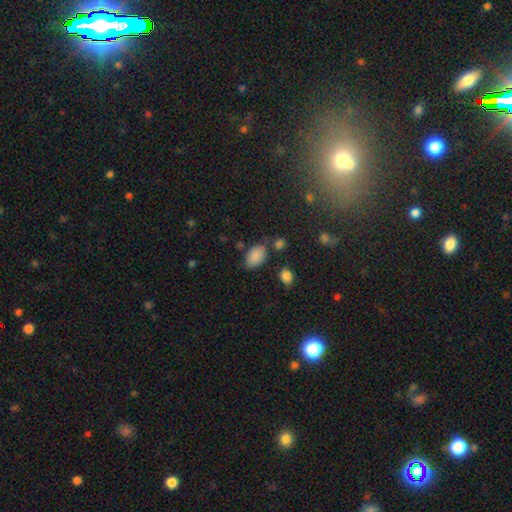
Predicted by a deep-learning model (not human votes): A smooth galaxy with no disk features (85%) that is in between round and cigar-shaped (90%).

Vote fractions:
- Smooth or featured? smooth: 85% / star or artifact: 9% / featured or disk: 6%
- How rounded? in between: 90% / round: 9% / cigar-shaped: 1%
- Merging? none: 66% / minor disturbance: 20% / merger: 8% / major disturbance: 6%